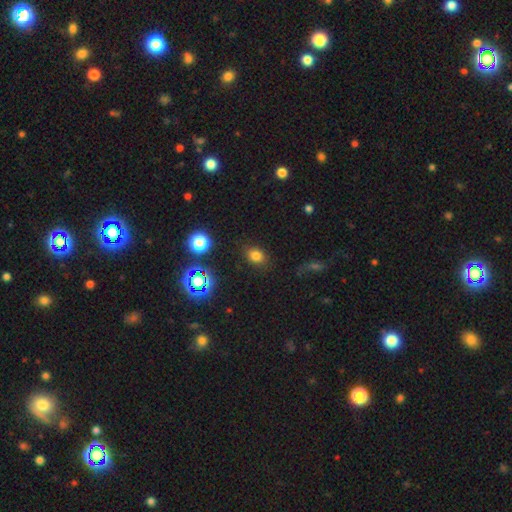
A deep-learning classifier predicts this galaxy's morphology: type=smooth (74%); roundness=in between (55%); merging=none (85%).